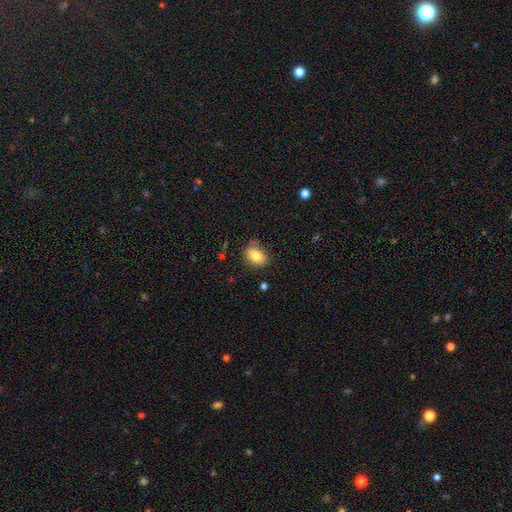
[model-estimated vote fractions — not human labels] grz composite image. It shows a smooth galaxy with no disk features (80%) that is in between round and cigar-shaped (68%). Merging: none (75%).